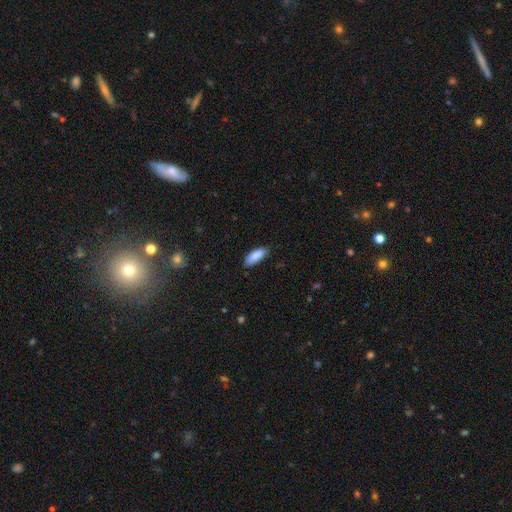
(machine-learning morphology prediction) A smooth galaxy with no disk features (89%) that is in between round and cigar-shaped (71%). Merging: none (82%).